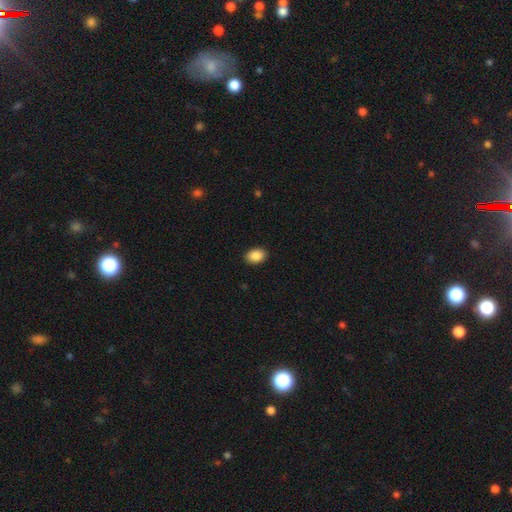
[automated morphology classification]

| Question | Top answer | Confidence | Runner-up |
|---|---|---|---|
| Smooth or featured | smooth | 89% | star or artifact (8%) |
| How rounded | in between | 80% | round (19%) |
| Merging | none | 90% | minor disturbance (7%) |